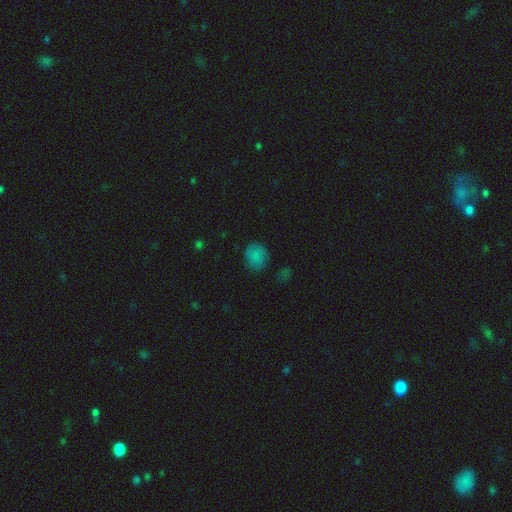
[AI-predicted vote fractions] The model was most divided on "how rounded": round: 73%, in between: 26%, cigar-shaped: 1%. More confident: smooth or featured — smooth (79%); merging — none (74%).